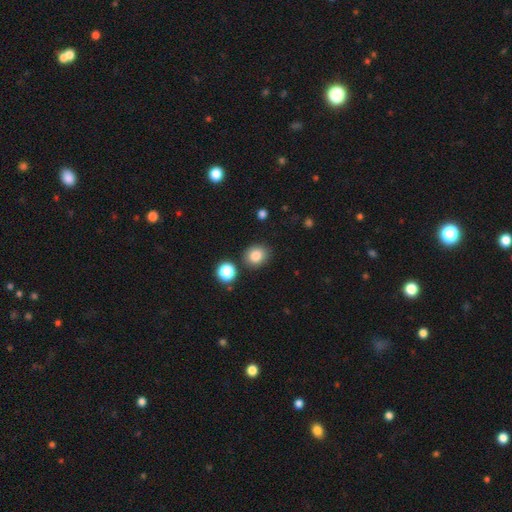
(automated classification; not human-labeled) This is clearly a smooth galaxy (83%). How rounded: likely round (69%). Merging: clearly none (83%).